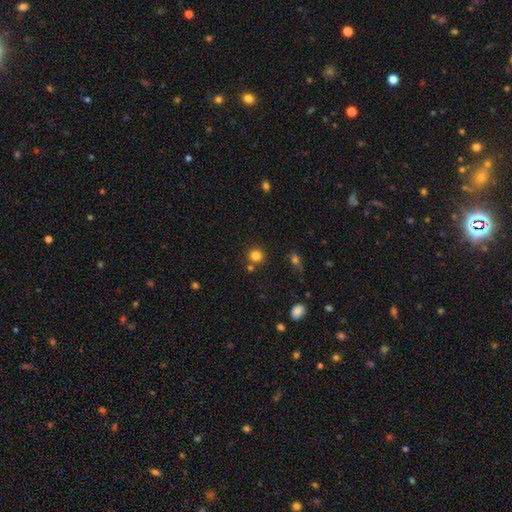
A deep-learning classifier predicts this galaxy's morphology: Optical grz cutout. It shows a smooth galaxy with no disk features (81%) that is round (90%). Merging: none (79%).